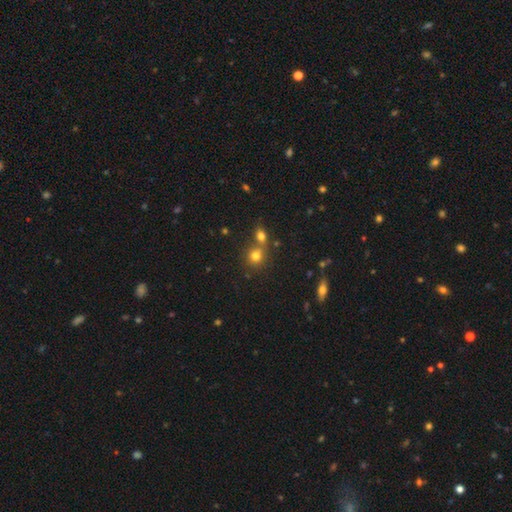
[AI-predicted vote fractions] A smooth galaxy with no disk features (77%) that is round (82%).

Vote fractions:
- Smooth or featured? smooth: 77% / star or artifact: 14% / featured or disk: 9%
- How rounded? round: 82% / in between: 17% / cigar-shaped: 1%
- Merging? none: 51% / merger: 38% / minor disturbance: 8% / major disturbance: 3%